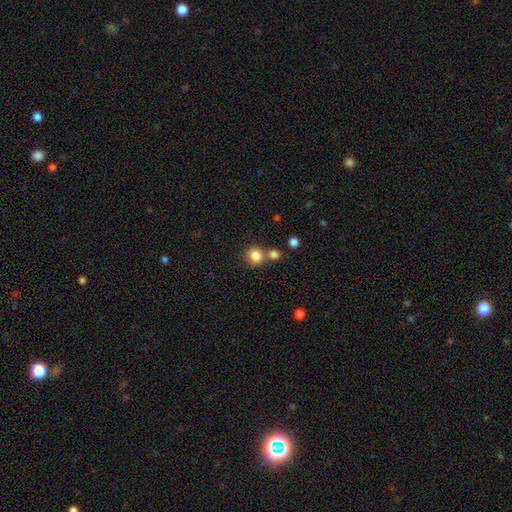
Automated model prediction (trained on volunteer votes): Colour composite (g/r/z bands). It shows a smooth galaxy with no disk features (83%) that is round (90%). Merging: none (65%).